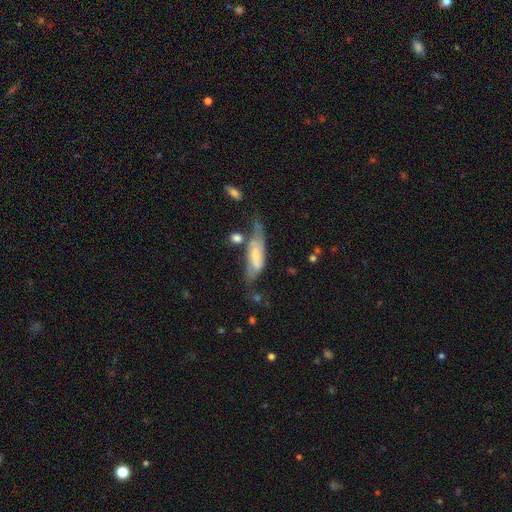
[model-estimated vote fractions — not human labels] This is possibly a featured or disk galaxy (55%). It is likely not viewed edge-on (76%). Merging: marginally none (38%).